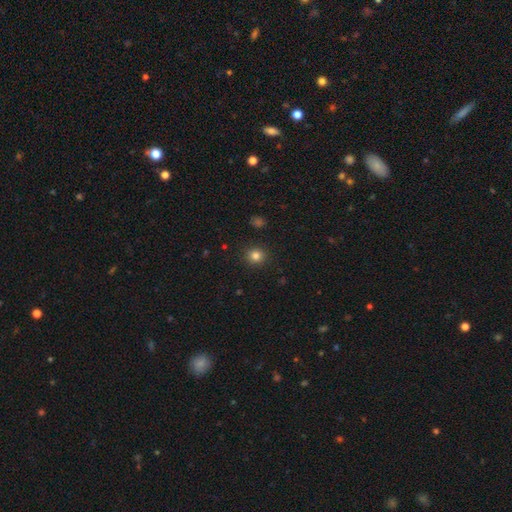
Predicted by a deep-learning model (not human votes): smooth-or-featured: smooth: 81% | star or artifact: 13% | featured or disk: 5%
  how-rounded: round: 90% | in between: 9% | cigar-shaped: 1%
  merging: none: 91% | minor disturbance: 6% | major disturbance: 2% | merger: 1%